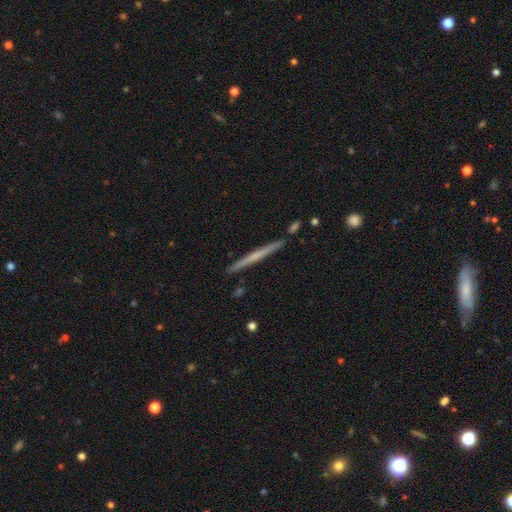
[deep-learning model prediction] Overall: featured or disk (60%; smooth 34%). Edge-on disk: yes (98%). Edge-on bulge: none (70%). Merging: none (89%).